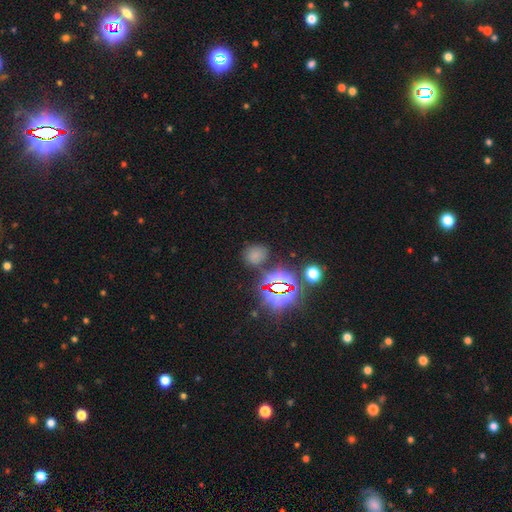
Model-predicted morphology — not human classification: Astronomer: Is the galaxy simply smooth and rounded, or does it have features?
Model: smooth — 58% (runner-up: star or artifact, 35%).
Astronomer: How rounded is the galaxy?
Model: round — 58% (runner-up: in between, 40%).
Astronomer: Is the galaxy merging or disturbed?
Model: none — 72%.